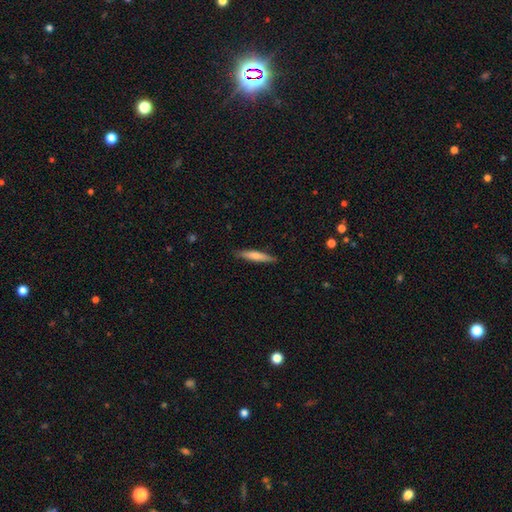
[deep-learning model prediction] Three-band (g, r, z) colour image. It shows a smooth galaxy with no disk features (69%) that is cigar-shaped (88%). Merging: none (86%).